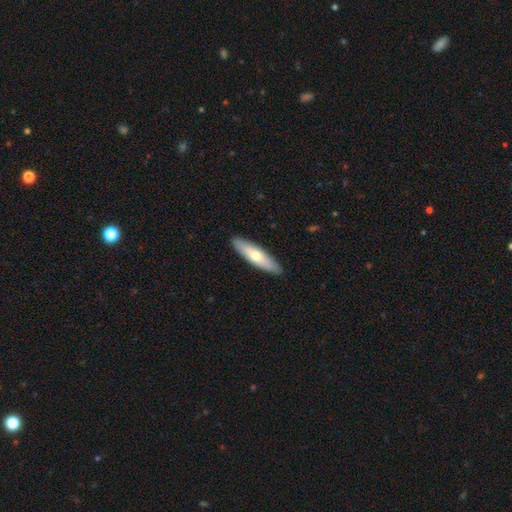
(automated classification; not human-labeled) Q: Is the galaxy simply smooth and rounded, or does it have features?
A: smooth — 61%.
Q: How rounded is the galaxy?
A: cigar-shaped — 69%.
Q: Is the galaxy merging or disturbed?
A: none — 90%.